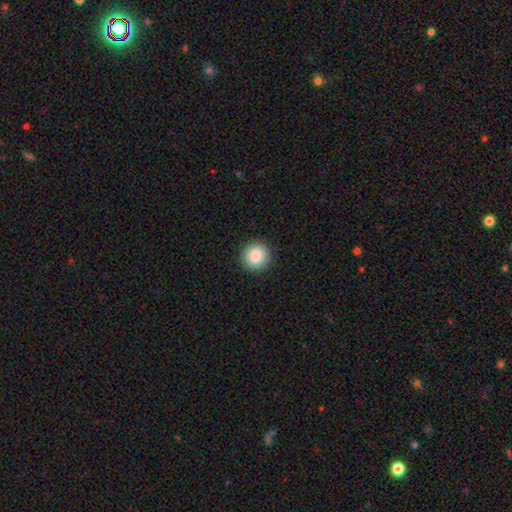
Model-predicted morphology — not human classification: Q: Smooth or featured?
A: smooth (86%); runner-up: star or artifact (8%)
Q: How rounded?
A: round (94%); runner-up: in between (5%)
Q: Merging?
A: none (92%); runner-up: minor disturbance (5%)